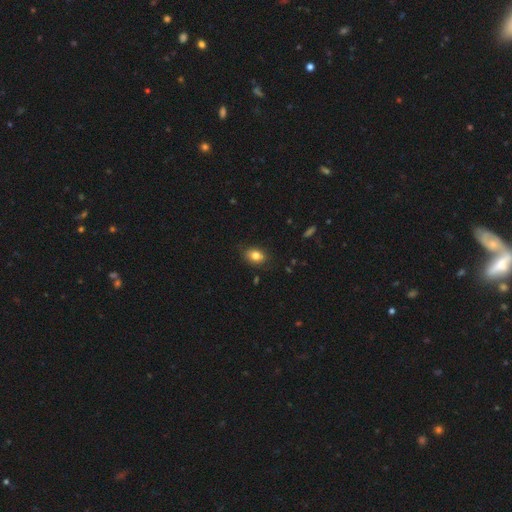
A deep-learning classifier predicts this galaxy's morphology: smooth 81%, featured or disk 10%, star or artifact 9%. Down the decision tree: how rounded — in between (76%); merging — none (82%).